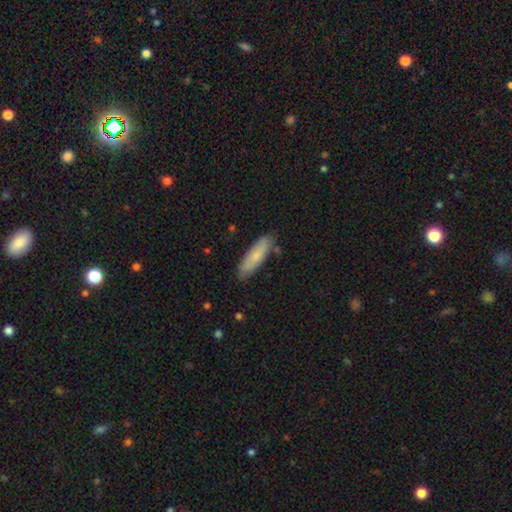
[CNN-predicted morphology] Overall: smooth (77%). How rounded: cigar-shaped (61%; in between 37%). Merging: none (83%).